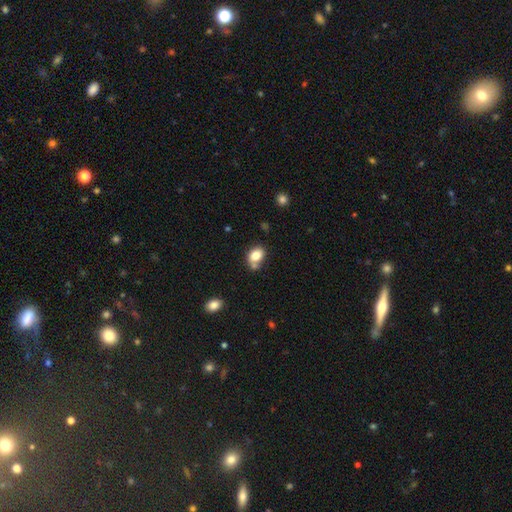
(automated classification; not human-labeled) Smooth or featured?
  - smooth: 80% *
  - featured or disk: 10%
  - star or artifact: 10%
How rounded?
  - in between: 69% *
  - round: 30%
  - cigar-shaped: 1%
Merging?
  - none: 53% *
  - merger: 26%
  - minor disturbance: 16%
  - major disturbance: 5%